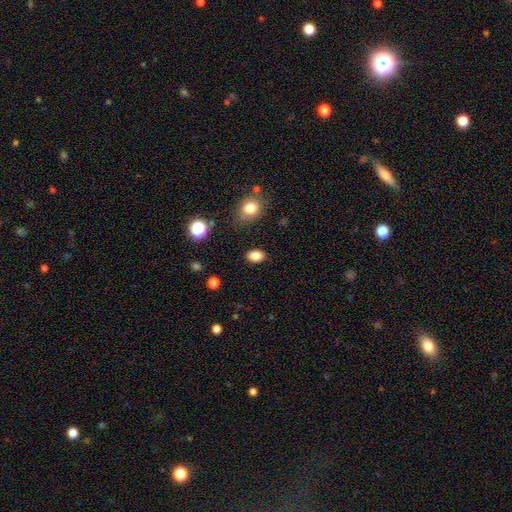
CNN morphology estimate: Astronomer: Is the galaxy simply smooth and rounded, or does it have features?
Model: smooth — 85%.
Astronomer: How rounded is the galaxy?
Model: in between — 80%.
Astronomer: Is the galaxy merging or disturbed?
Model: none — 86%.